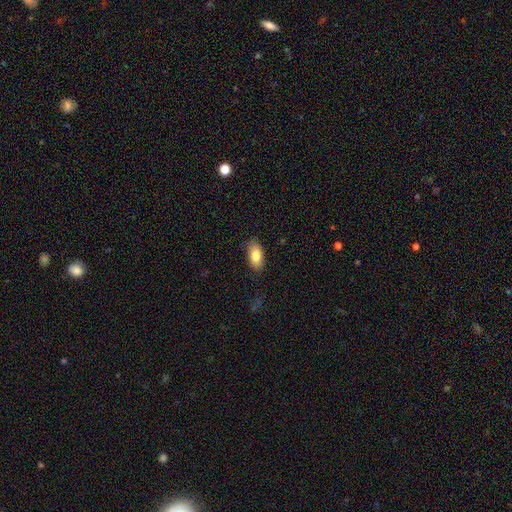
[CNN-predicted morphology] Smooth or featured? smooth (82%)
How rounded? in between (92%)
Merging? none (83%)